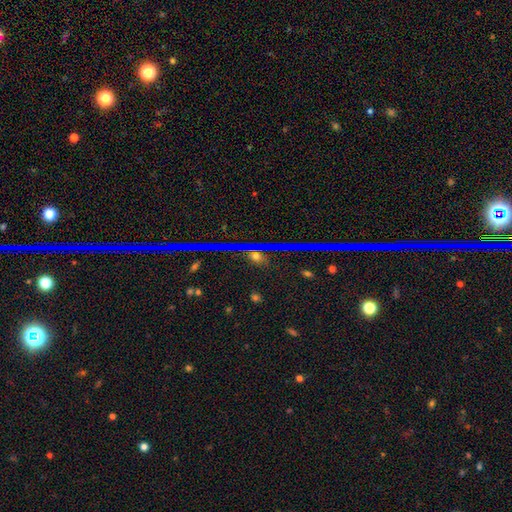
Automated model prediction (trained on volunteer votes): Smooth or featured? star or artifact (60%)